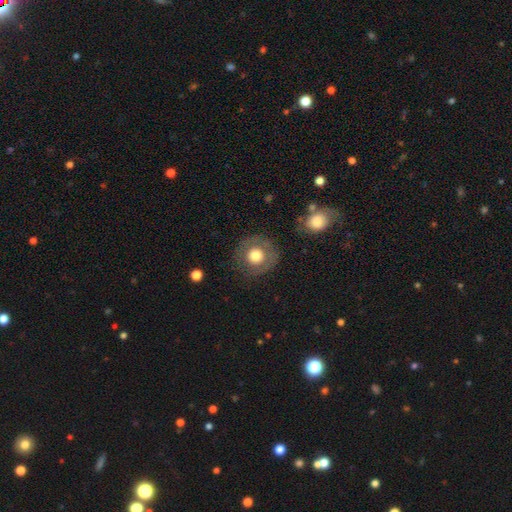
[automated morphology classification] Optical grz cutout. It shows a smooth galaxy with no disk features (64%) that is round (92%). Merging: none (79%).